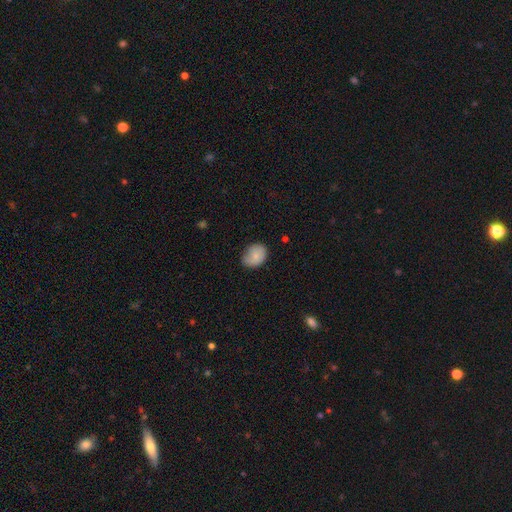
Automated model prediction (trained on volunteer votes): smooth 81%, featured or disk 11%, star or artifact 8%. Down the decision tree: how rounded — in between (59%); merging — none (59%).